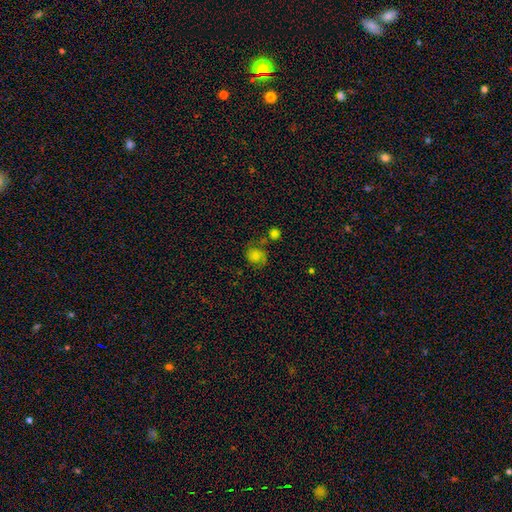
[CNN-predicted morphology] This is likely a smooth galaxy (64%). How rounded: likely round (76%). Merging: possibly none (57%).